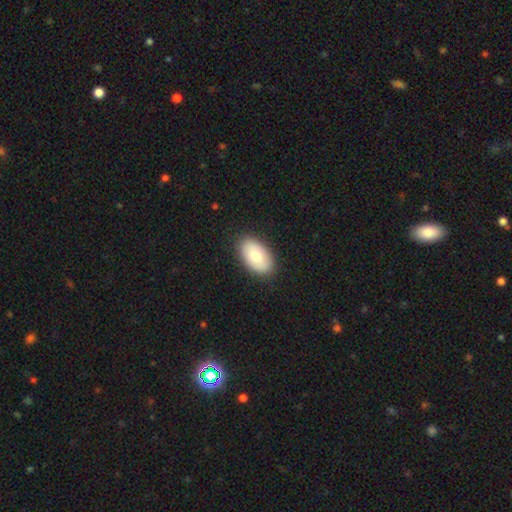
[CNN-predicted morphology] This is likely a smooth galaxy (70%). How rounded: clearly in between (93%). Merging: clearly none (88%).